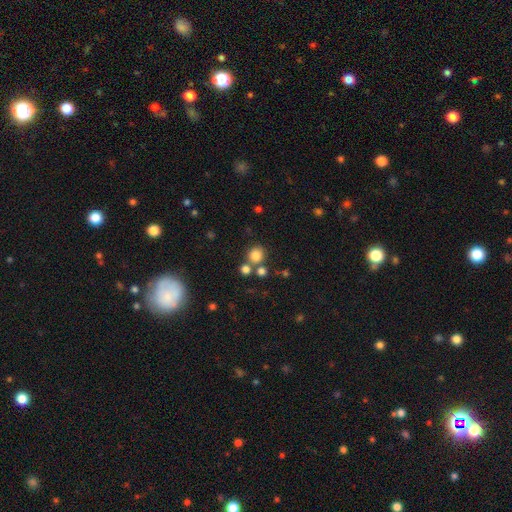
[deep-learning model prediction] smooth-or-featured: smooth: 80% | star or artifact: 13% | featured or disk: 6%
  how-rounded: round: 87% | in between: 12% | cigar-shaped: 1%
  merging: none: 69% | merger: 19% | minor disturbance: 9% | major disturbance: 4%